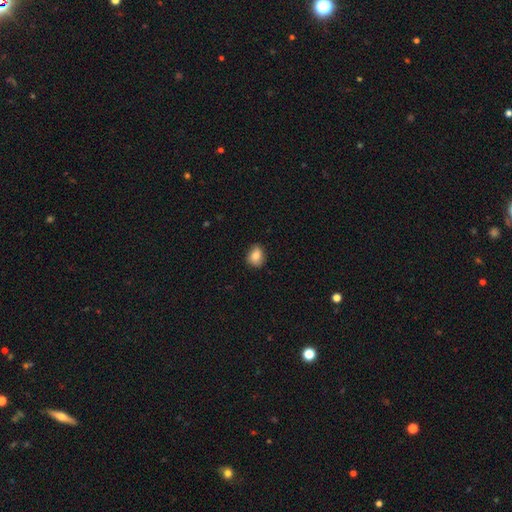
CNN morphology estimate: smooth 81%, featured or disk 10%, star or artifact 9%. Down the decision tree: how rounded — in between (51%); merging — none (79%).